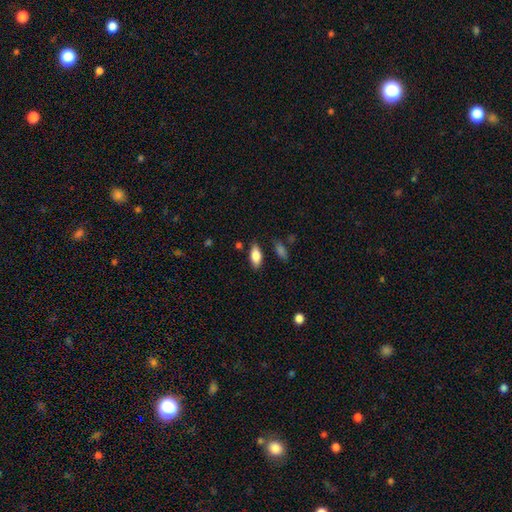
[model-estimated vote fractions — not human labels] The model was most divided on "smooth or featured": smooth: 81%, featured or disk: 13%, star or artifact: 7%. More confident: how rounded — in between (84%); merging — none (82%).